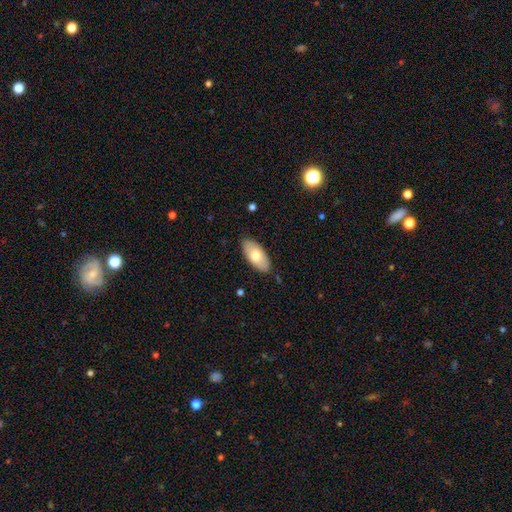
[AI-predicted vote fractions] Smooth or featured?
  - smooth: 73% *
  - featured or disk: 22%
  - star or artifact: 6%
How rounded?
  - in between: 92% *
  - cigar-shaped: 6%
  - round: 2%
Merging?
  - none: 86% *
  - minor disturbance: 11%
  - major disturbance: 2%
  - merger: 1%